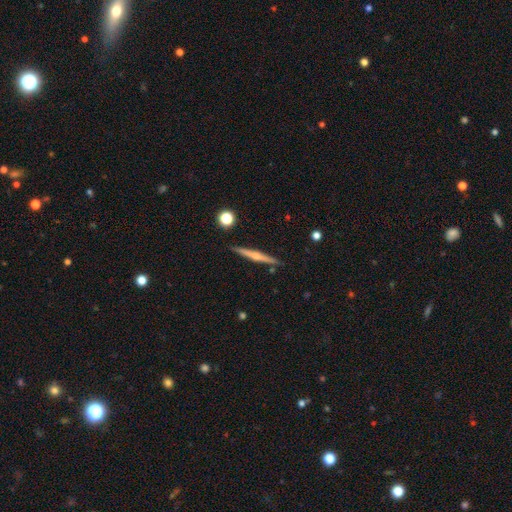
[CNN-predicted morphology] Smooth or featured? Predicted: featured or disk (p=0.66). Edge-on disk? Predicted: yes (p=0.98). Edge-on bulge? Predicted: rounded (p=0.79). Merging? Predicted: none (p=0.89).